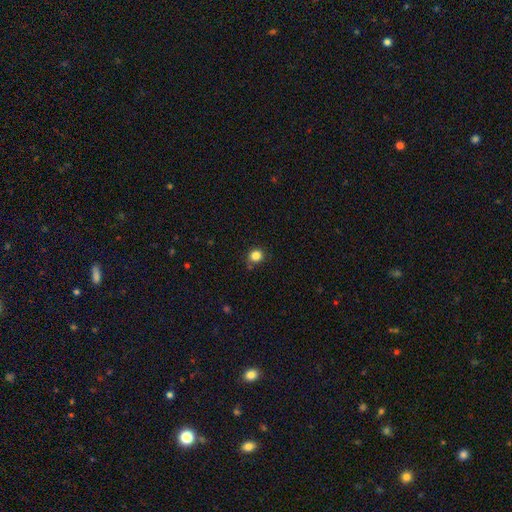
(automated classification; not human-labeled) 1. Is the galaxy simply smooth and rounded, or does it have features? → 84% smooth, 12% star or artifact, 4% featured or disk.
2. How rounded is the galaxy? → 87% round, 12% in between, 1% cigar-shaped.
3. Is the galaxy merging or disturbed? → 79% none, 14% minor disturbance, 4% merger, 3% major disturbance.